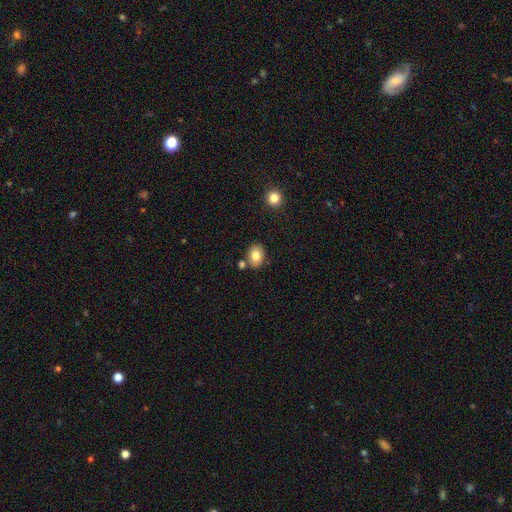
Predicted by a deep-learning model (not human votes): Morphology: type=smooth (82%); roundness=in between (73%); merging=none (77%).